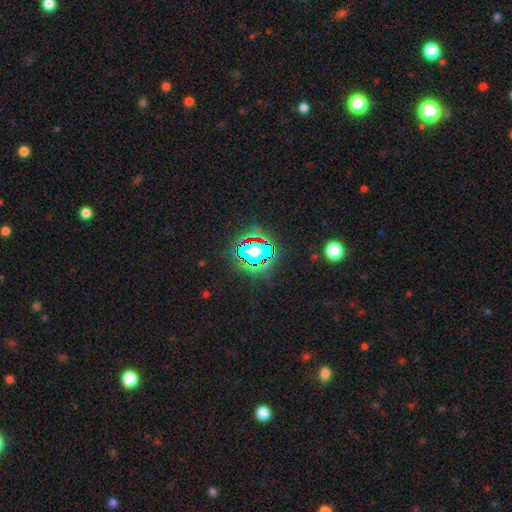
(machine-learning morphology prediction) Smooth or featured? Predicted: star or artifact (p=0.74).